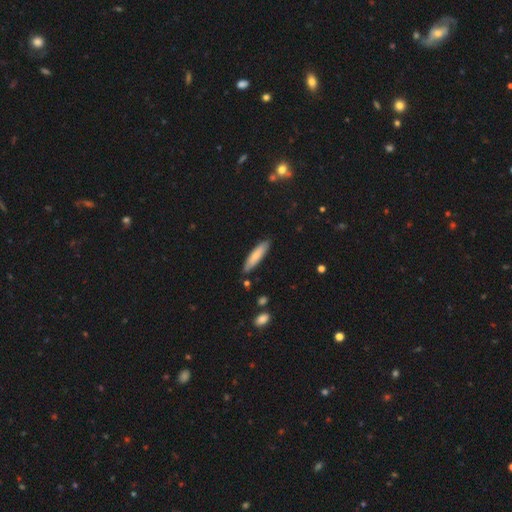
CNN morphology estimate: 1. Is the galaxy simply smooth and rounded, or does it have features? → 77% smooth, 17% featured or disk, 6% star or artifact.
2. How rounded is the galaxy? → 76% cigar-shaped, 23% in between, 1% round.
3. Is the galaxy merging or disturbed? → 84% none, 11% minor disturbance, 2% merger, 2% major disturbance.